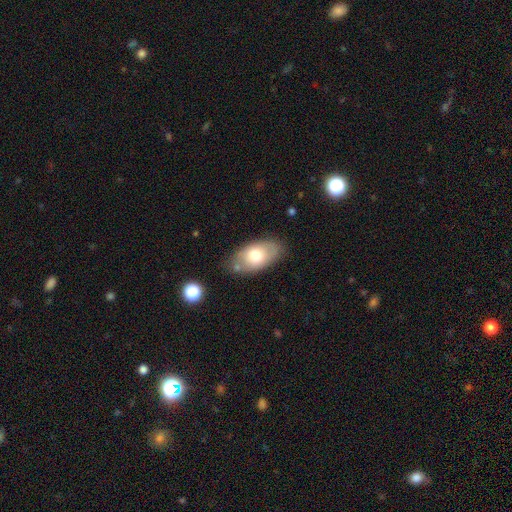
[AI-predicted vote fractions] Morphology: type=smooth (69%); roundness=in between (92%); merging=none (72%).